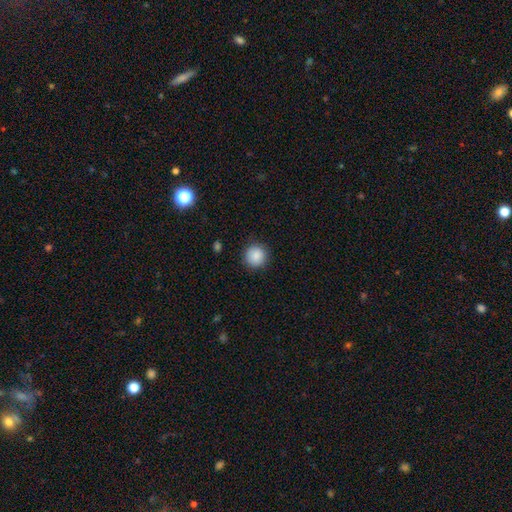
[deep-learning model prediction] This appears to be a smooth galaxy with no disk features (88%) that is round (95%). Merging: none (90%).